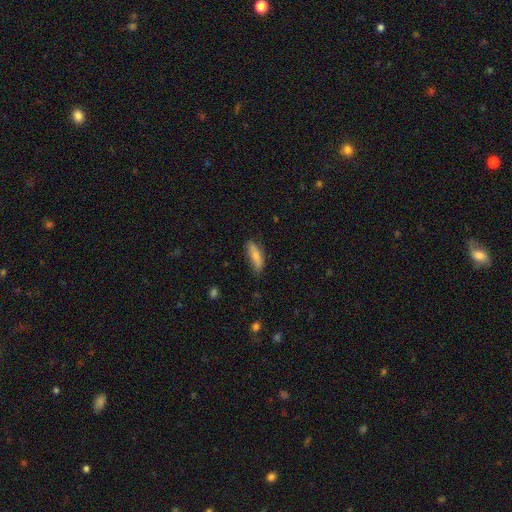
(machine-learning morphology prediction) Smooth or featured?
  - smooth: 75% *
  - featured or disk: 19%
  - star or artifact: 6%
How rounded?
  - cigar-shaped: 49% * (tied)
  - in between: 49% * (tied)
  - round: 2%
Merging?
  - none: 70% *
  - minor disturbance: 24%
  - major disturbance: 5%
  - merger: 2%